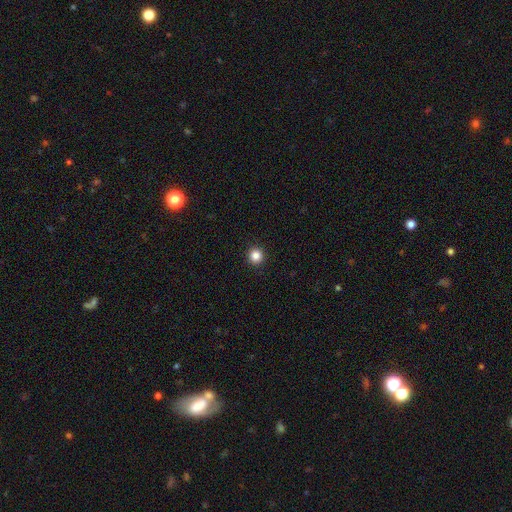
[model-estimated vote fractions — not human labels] The model was most divided on "smooth or featured": smooth: 84%, star or artifact: 12%, featured or disk: 4%. More confident: how rounded — round (95%); merging — none (94%).